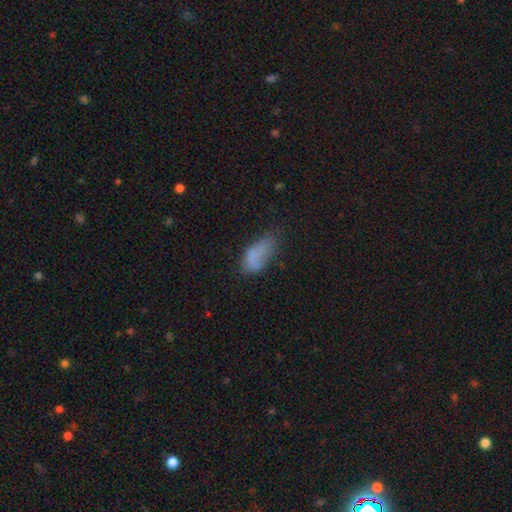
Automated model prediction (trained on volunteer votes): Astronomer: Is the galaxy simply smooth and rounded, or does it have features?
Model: smooth — 72%.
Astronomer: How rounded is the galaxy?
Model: in between — 86%.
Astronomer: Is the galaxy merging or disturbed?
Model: none — 37% (runner-up: minor disturbance, 34%).